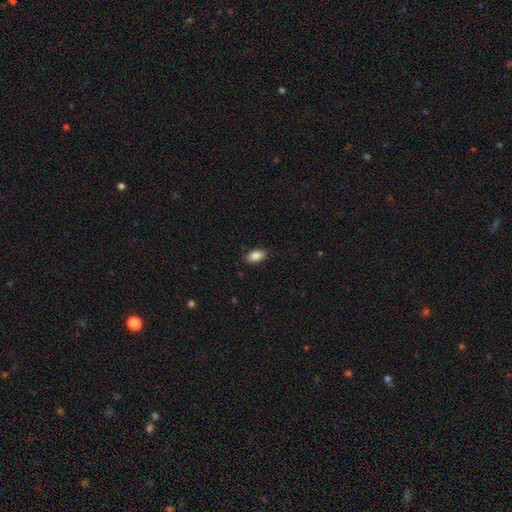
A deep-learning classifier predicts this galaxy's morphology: The model was most divided on "merging": none: 88%, minor disturbance: 9%, major disturbance: 2%, merger: 1%. More confident: how rounded — in between (93%); smooth or featured — smooth (87%).